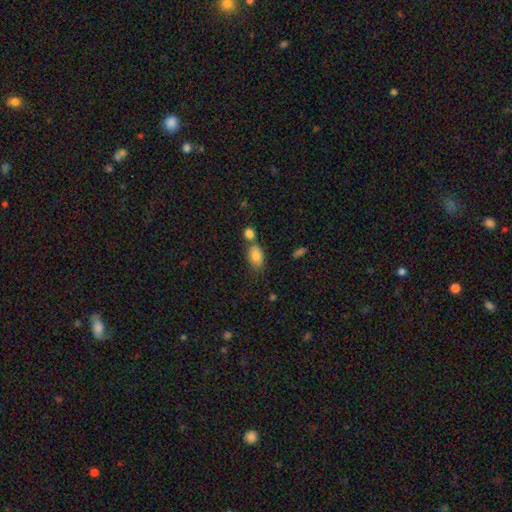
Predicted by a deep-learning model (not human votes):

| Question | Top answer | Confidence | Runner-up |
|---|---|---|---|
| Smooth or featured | smooth | 83% | featured or disk (9%) |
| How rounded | in between | 87% | round (11%) |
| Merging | none | 49% | merger (32%) |